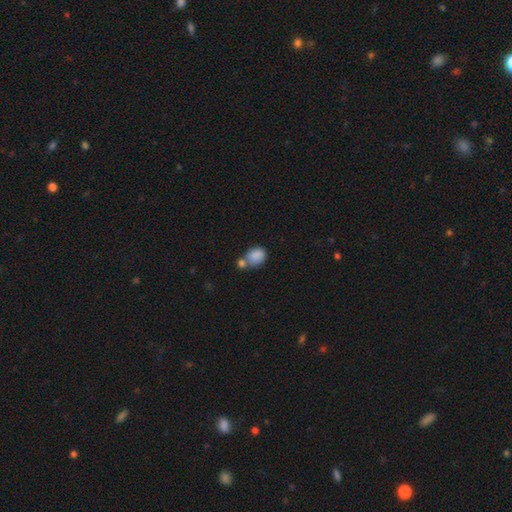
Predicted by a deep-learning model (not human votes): smooth 85%, star or artifact 8%, featured or disk 7%. Down the decision tree: how rounded — in between (52%); merging — merger (45%).